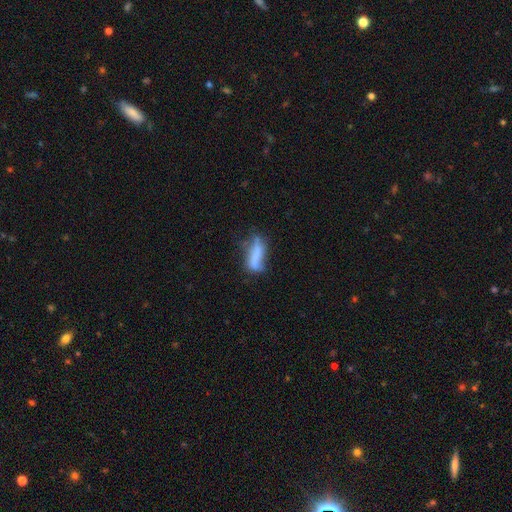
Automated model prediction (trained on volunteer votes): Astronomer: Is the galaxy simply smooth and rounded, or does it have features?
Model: smooth — 60%.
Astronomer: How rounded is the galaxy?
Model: in between — 50% (runner-up: cigar-shaped, 47%).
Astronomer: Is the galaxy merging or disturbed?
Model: none — 38% (runner-up: minor disturbance, 29%).